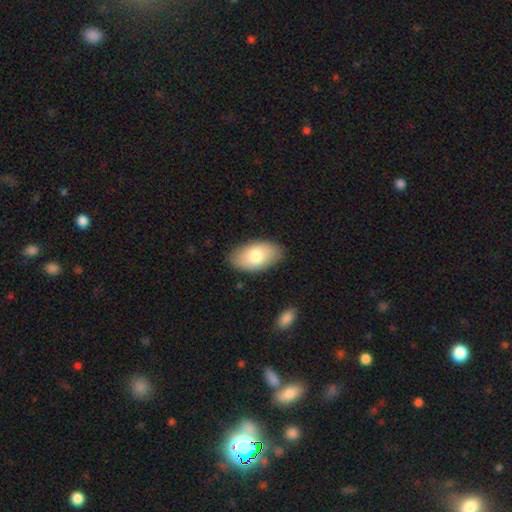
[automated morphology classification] smooth_or_featured: smooth (p=0.77) [alt: featured or disk p=0.18]
how_rounded: in between (p=0.95) [alt: round p=0.04]
merging: none (p=0.86) [alt: minor disturbance p=0.11]